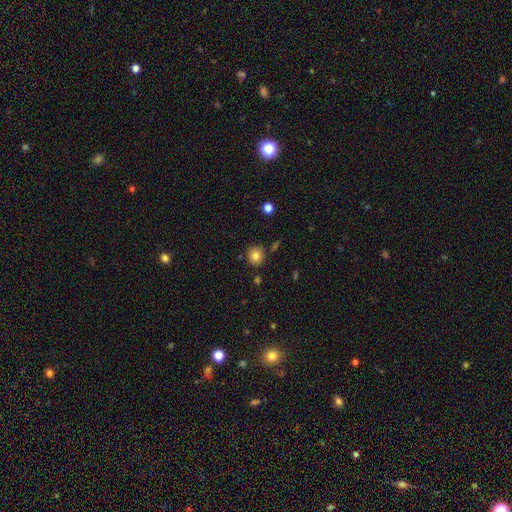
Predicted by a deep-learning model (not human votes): A smooth galaxy with no disk features (79%) that is round (87%).

Vote fractions:
- Smooth or featured? smooth: 79% / star or artifact: 11% / featured or disk: 9%
- How rounded? round: 87% / in between: 12% / cigar-shaped: 1%
- Merging? none: 83% / minor disturbance: 10% / merger: 5% / major disturbance: 3%